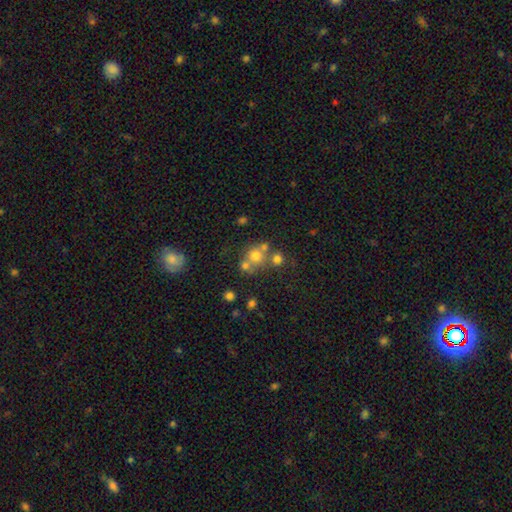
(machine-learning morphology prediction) Overall: smooth (64%). How rounded: round (82%). Merging: none (50%; merger 34%).